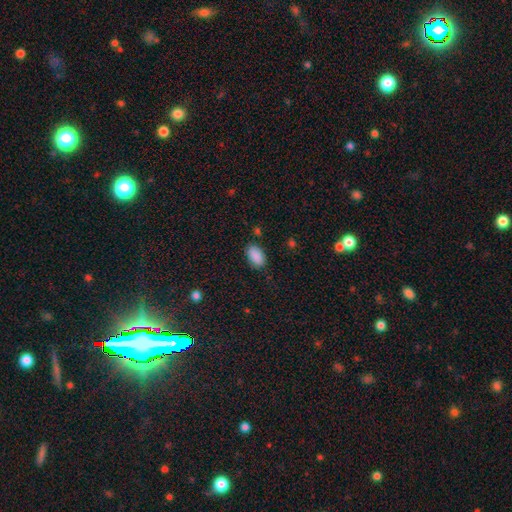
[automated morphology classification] This is clearly a smooth galaxy (90%). How rounded: clearly in between (93%). Merging: clearly none (84%).